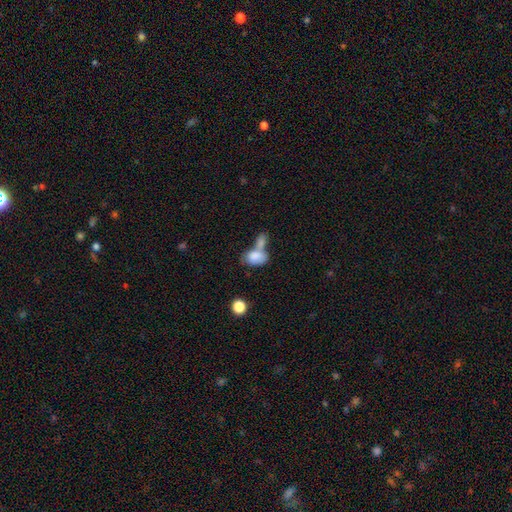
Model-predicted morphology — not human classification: A smooth galaxy with no disk features (80%) that is in between round and cigar-shaped (85%).

Vote fractions:
- Smooth or featured? smooth: 80% / featured or disk: 13% / star or artifact: 7%
- How rounded? in between: 85% / round: 13% / cigar-shaped: 2%
- Merging? merger: 64% / none: 20% / minor disturbance: 10% / major disturbance: 7%